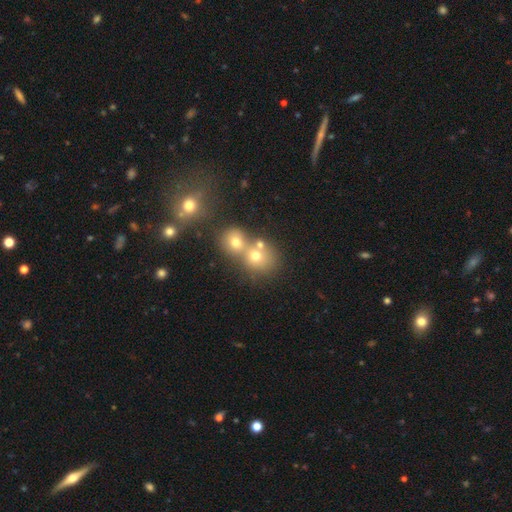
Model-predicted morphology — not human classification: smooth-or-featured: smooth: 66% | featured or disk: 17% | star or artifact: 16%
  how-rounded: round: 79% | in between: 20% | cigar-shaped: 1%
  merging: merger: 55% | none: 35% | minor disturbance: 7% | major disturbance: 4%